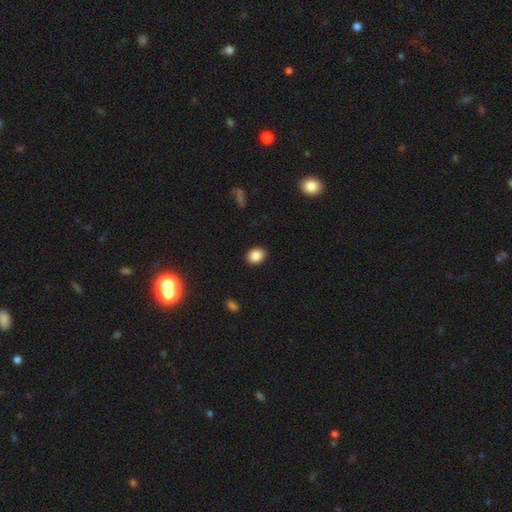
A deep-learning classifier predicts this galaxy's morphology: smooth-or-featured: smooth: 87% | star or artifact: 9% | featured or disk: 5%
  how-rounded: round: 50% | in between: 49% | cigar-shaped: 1%
  merging: none: 91% | minor disturbance: 6% | major disturbance: 2% | merger: 1%